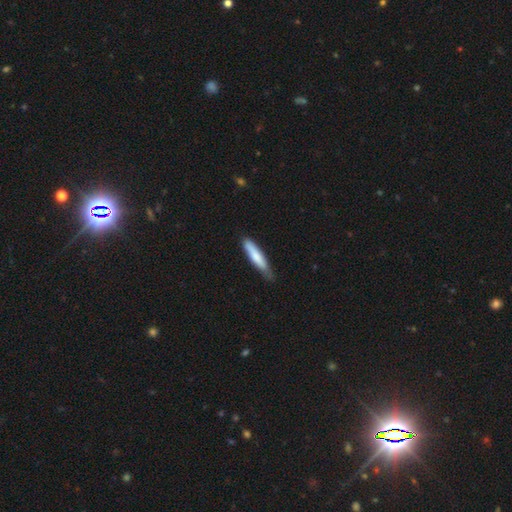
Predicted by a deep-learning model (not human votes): smooth 77%, featured or disk 18%, star or artifact 5%. Down the decision tree: how rounded — cigar-shaped (85%); merging — none (65%).